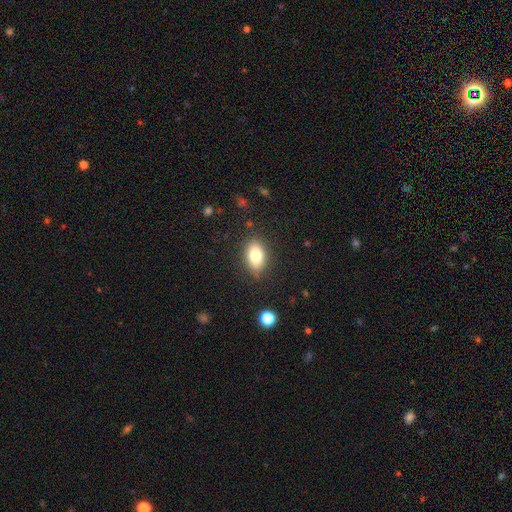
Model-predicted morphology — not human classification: type=smooth (78%); roundness=in between (87%); merging=none (83%).